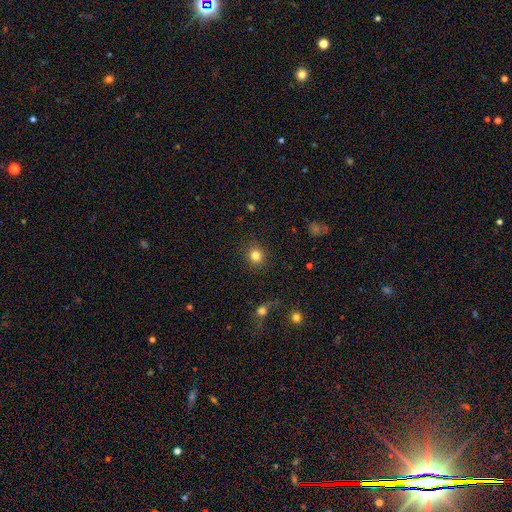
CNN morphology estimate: smooth-or-featured: smooth: 82% | star or artifact: 12% | featured or disk: 6%
  how-rounded: round: 89% | in between: 10% | cigar-shaped: 1%
  merging: none: 90% | minor disturbance: 6% | major disturbance: 2% | merger: 1%